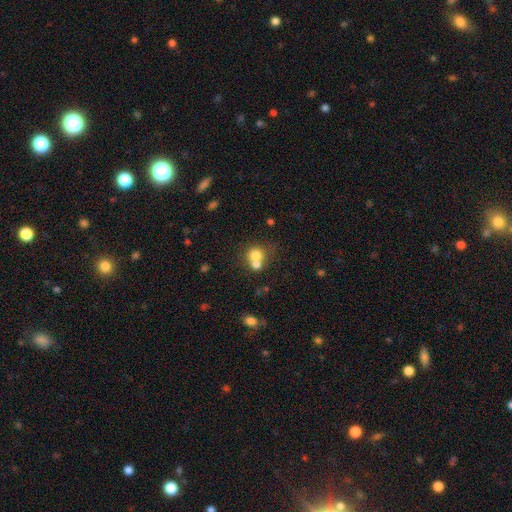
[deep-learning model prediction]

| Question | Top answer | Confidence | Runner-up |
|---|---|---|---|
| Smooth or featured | smooth | 73% | featured or disk (15%) |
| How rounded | round | 82% | in between (17%) |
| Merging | merger | 54% | none (36%) |